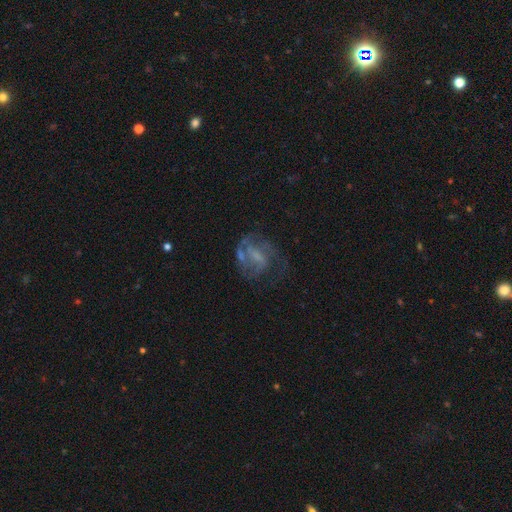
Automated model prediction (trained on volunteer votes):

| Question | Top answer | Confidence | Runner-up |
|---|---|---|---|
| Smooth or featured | featured or disk | 69% | smooth (20%) |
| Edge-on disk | no | 97% | yes (3%) |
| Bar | weak | 45% | no (38%) |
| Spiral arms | yes | 75% | no (25%) |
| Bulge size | none | 38% | small (36%) |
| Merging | none | 44% | major disturbance (31%) |